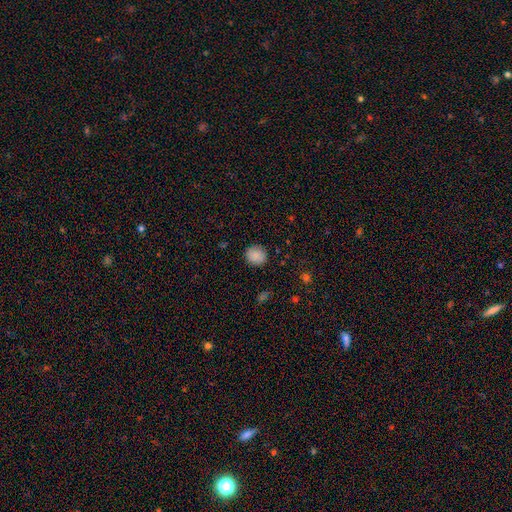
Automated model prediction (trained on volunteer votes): Smooth or featured? smooth (88%)
How rounded? round (85%)
Merging? none (89%)